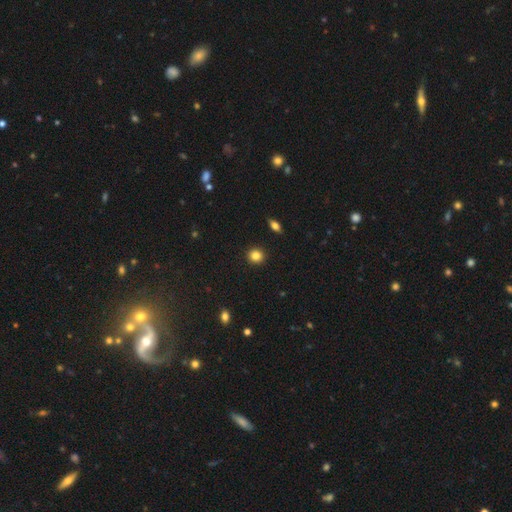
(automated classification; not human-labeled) Morphology: type=smooth (84%); roundness=round (89%); merging=none (92%).